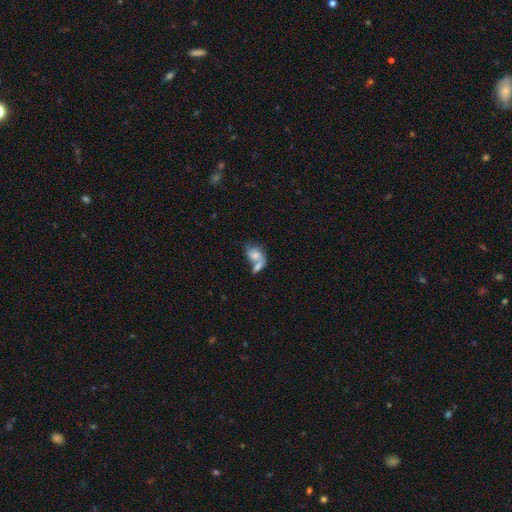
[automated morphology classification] Smooth or featured? Predicted: smooth (p=0.63). How rounded? Predicted: in between (p=0.73). Merging? Predicted: merger (p=0.66).